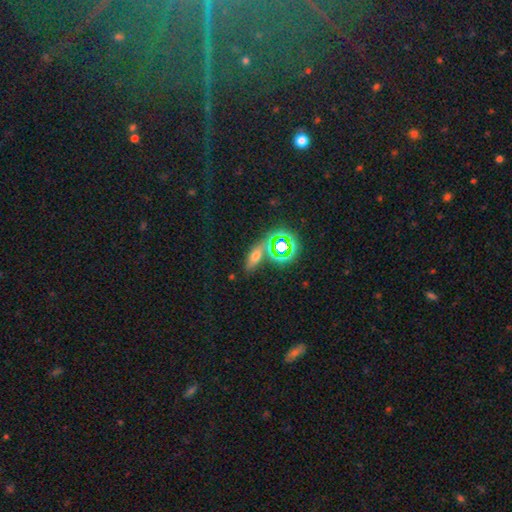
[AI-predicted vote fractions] The model was most divided on "smooth or featured": smooth: 51%, star or artifact: 32%, featured or disk: 17%. More confident: merging — none (71%); how rounded — in between (55%).